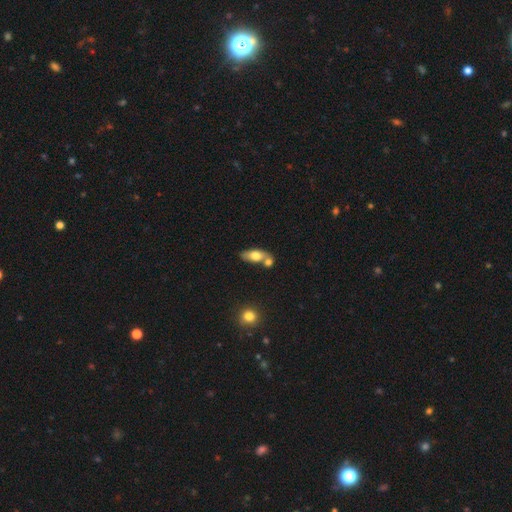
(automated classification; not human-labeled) Q: Smooth or featured?
A: smooth (68%); runner-up: featured or disk (25%)
Q: How rounded?
A: in between (81%); runner-up: cigar-shaped (14%)
Q: Merging?
A: none (47%); runner-up: merger (36%)